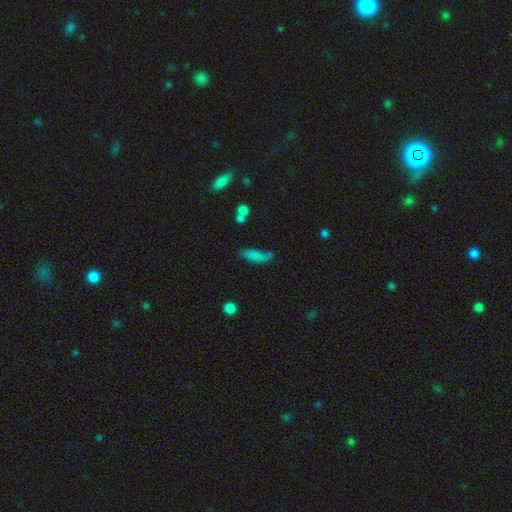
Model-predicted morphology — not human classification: A smooth galaxy with no disk features (77%) that is in between round and cigar-shaped (55%). Merging: none (52%).